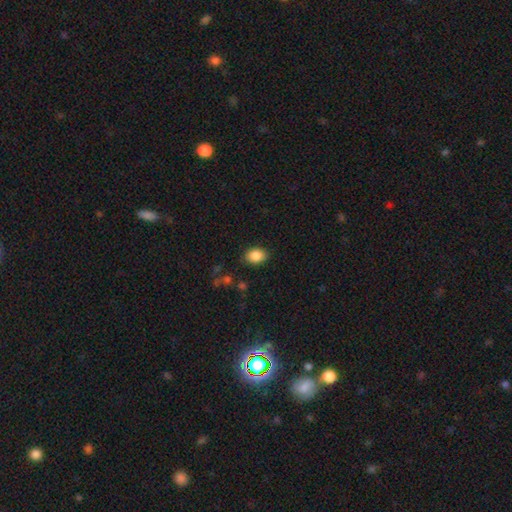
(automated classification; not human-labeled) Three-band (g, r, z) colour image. It shows a smooth galaxy with no disk features (87%) that is in between round and cigar-shaped (76%). Merging: none (85%).